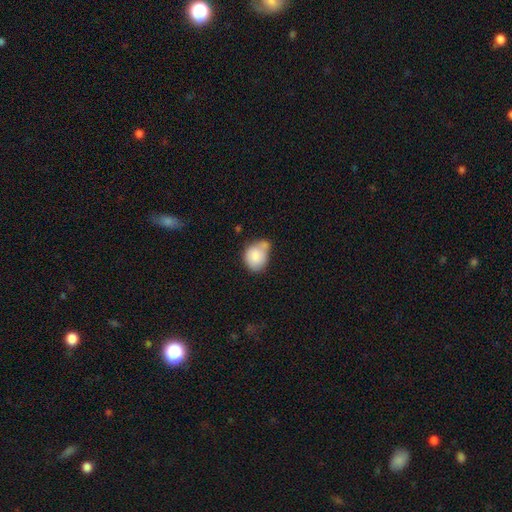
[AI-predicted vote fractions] A smooth galaxy with no disk features (82%) that is round (60%).

Vote fractions:
- Smooth or featured? smooth: 82% / featured or disk: 10% / star or artifact: 8%
- How rounded? round: 60% / in between: 39% / cigar-shaped: 1%
- Merging? none: 37% / merger: 29% / minor disturbance: 27% / major disturbance: 7%